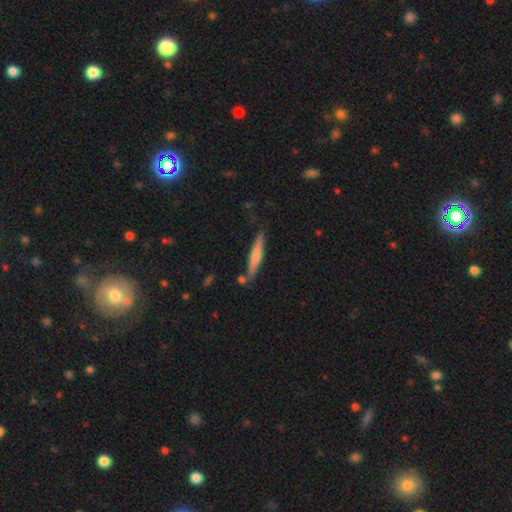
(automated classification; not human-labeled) This is possibly a smooth galaxy (56%). How rounded: clearly cigar-shaped (92%). Merging: likely none (79%).